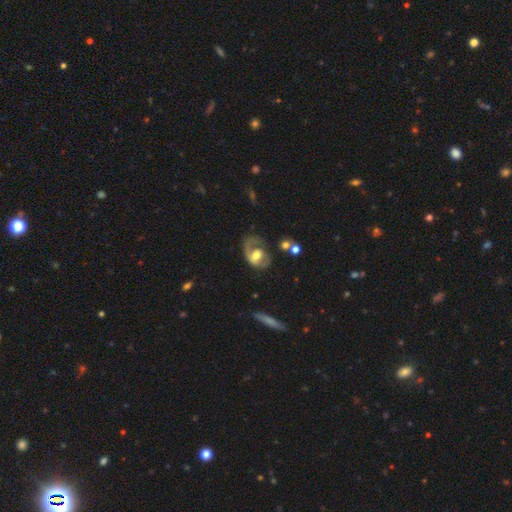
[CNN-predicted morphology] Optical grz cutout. It shows a featured or disk galaxy (65%) with no bar (55%), spiral arms (70%) and a moderate central bulge (62%). Merging: none (39%).